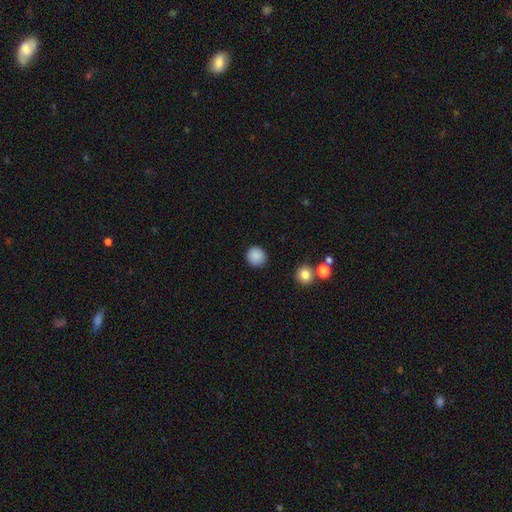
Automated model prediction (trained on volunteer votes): smooth 88%, star or artifact 9%, featured or disk 3%. Down the decision tree: how rounded — round (92%); merging — none (90%).